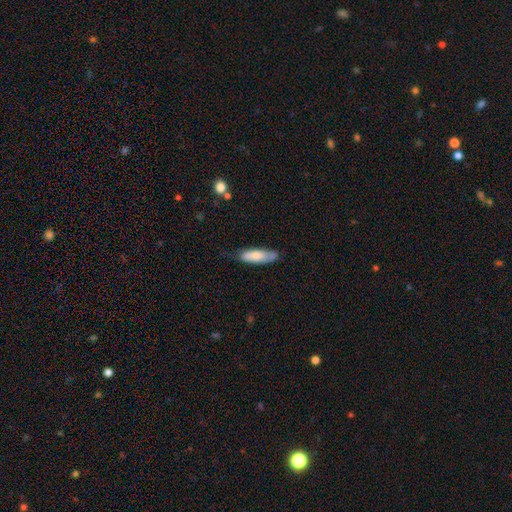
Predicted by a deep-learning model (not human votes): Smooth or featured? Predicted: smooth (p=0.70). How rounded? Predicted: in between (p=0.51). Merging? Predicted: none (p=0.64).